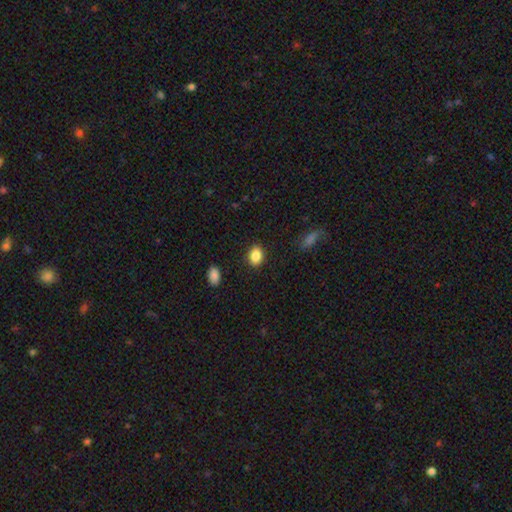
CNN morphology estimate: Smooth or featured? smooth (87%)
How rounded? in between (72%)
Merging? none (87%)